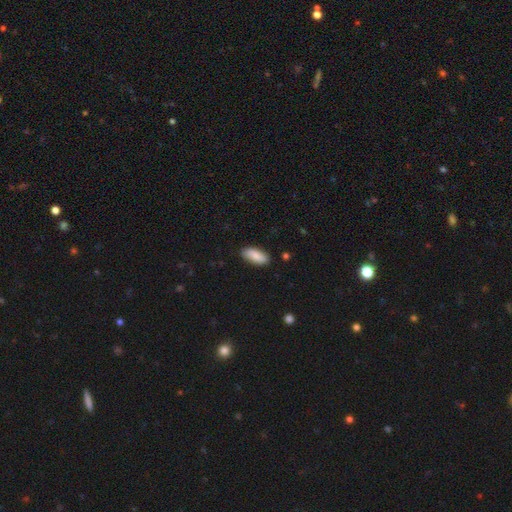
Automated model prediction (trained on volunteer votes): This is clearly a smooth galaxy (86%). How rounded: clearly in between (82%). Merging: clearly none (87%).